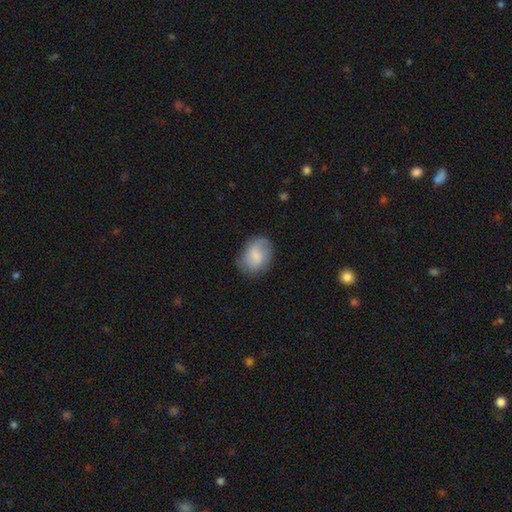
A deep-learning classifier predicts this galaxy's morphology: Smooth or featured? smooth (64%)
How rounded? in between (64%)
Merging? none (66%)